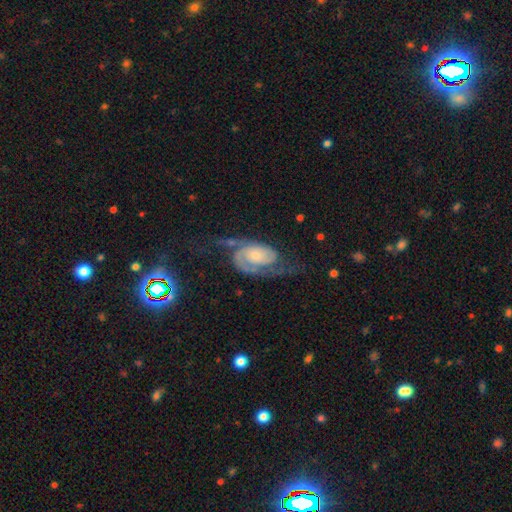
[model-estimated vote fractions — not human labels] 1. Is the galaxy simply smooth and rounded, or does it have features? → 84% featured or disk, 10% smooth, 6% star or artifact.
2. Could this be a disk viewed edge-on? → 97% no, 3% yes.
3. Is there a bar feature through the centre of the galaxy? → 71% no, 23% weak, 6% strong.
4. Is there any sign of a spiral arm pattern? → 96% yes, 4% no.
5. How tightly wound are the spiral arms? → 41% medium, 37% tight, 23% loose.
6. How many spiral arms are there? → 81% 2, 7% 1, 6% can't tell, 3% 3, 1% 4, 1% more than 4.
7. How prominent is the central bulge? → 57% small, 27% moderate, 7% none, 6% large, 2% dominant.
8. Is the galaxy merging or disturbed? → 49% none, 28% major disturbance, 20% minor disturbance, 3% merger.